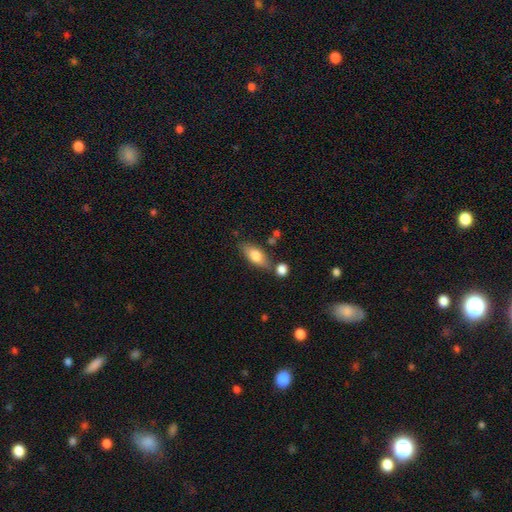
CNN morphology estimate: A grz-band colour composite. It shows a smooth galaxy with no disk features (74%) that is in between round and cigar-shaped (80%). Merging: none (70%).